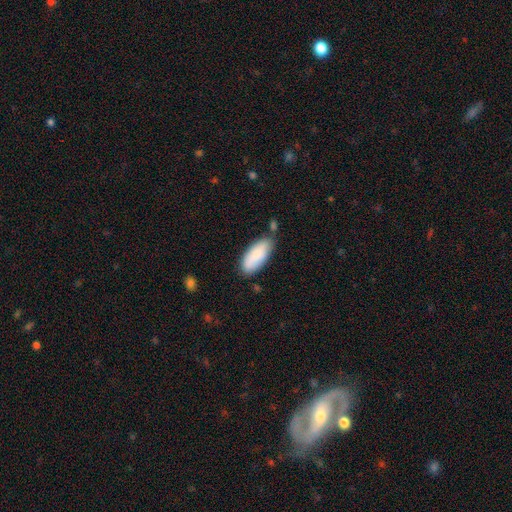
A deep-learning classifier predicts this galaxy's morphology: type=smooth (83%); roundness=in between (83%); merging=none (67%).